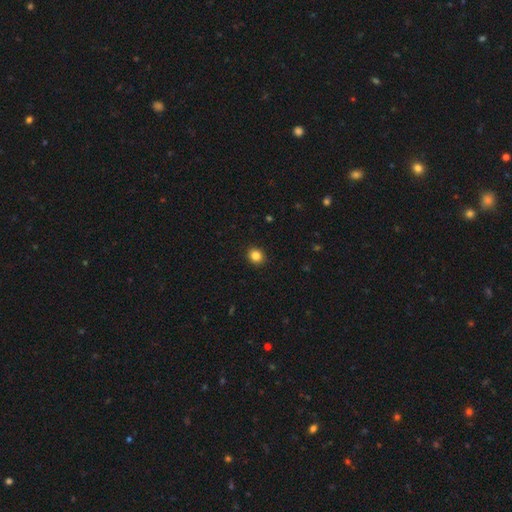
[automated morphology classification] Q: Smooth or featured?
A: smooth (84%); runner-up: star or artifact (11%)
Q: How rounded?
A: round (76%); runner-up: in between (23%)
Q: Merging?
A: none (92%); runner-up: minor disturbance (6%)